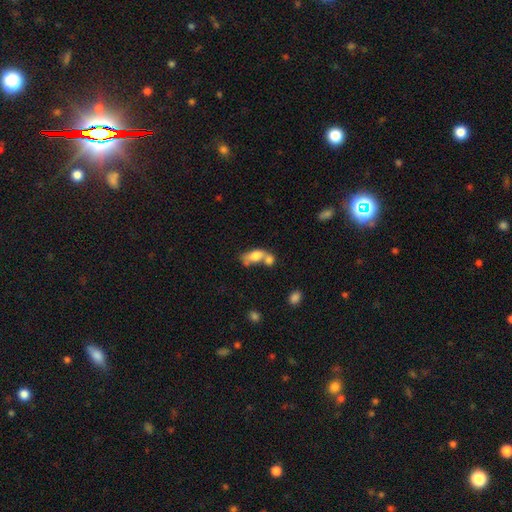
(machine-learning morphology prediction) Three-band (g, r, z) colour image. It shows a smooth galaxy with no disk features (71%) that is in between round and cigar-shaped (83%). Merging: merger (60%).